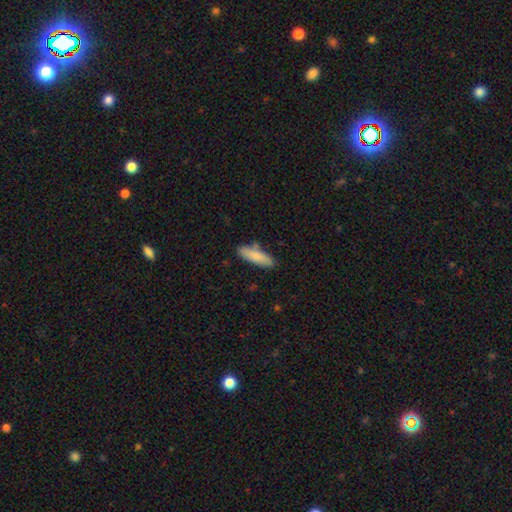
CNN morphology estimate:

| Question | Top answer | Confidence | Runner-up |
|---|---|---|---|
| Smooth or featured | smooth | 83% | featured or disk (11%) |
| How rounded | cigar-shaped | 59% | in between (40%) |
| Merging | none | 77% | minor disturbance (15%) |